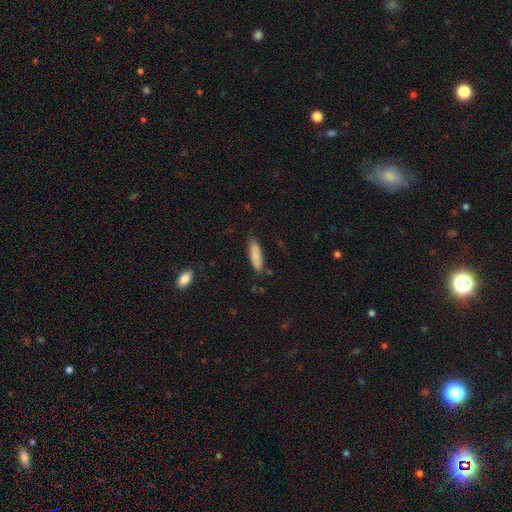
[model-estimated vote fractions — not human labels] smooth 86%, featured or disk 8%, star or artifact 6%. Down the decision tree: how rounded — cigar-shaped (50%); merging — none (78%).